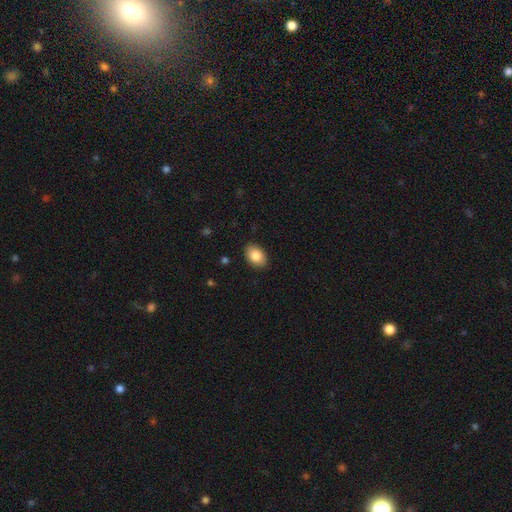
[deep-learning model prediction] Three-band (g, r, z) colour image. It shows a smooth galaxy with no disk features (86%) that is in between round and cigar-shaped (84%). Merging: none (88%).